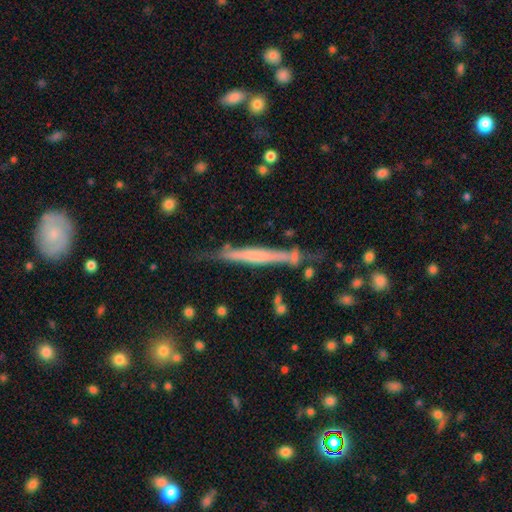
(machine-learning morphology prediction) The model was most divided on "smooth or featured": featured or disk: 55%, smooth: 38%, star or artifact: 7%. More confident: edge-on disk — yes (93%); merging — none (69%); edge-on bulge — none (62%).